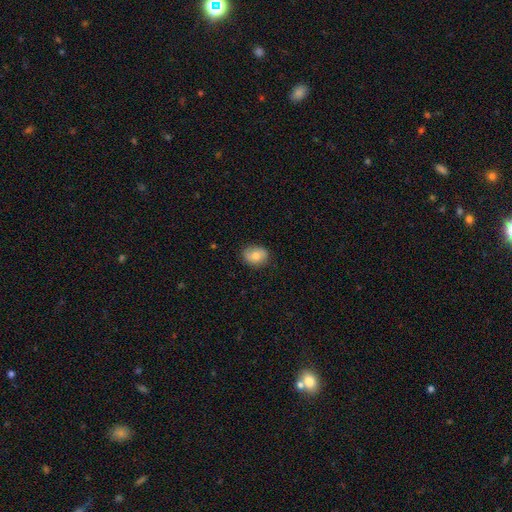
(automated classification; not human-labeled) Smooth or featured? smooth (75%)
How rounded? in between (50%)
Merging? none (83%)